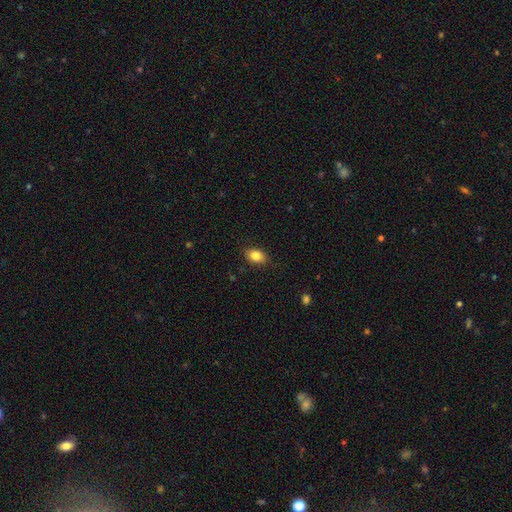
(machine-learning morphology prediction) type=smooth (84%); roundness=in between (79%); merging=none (87%).